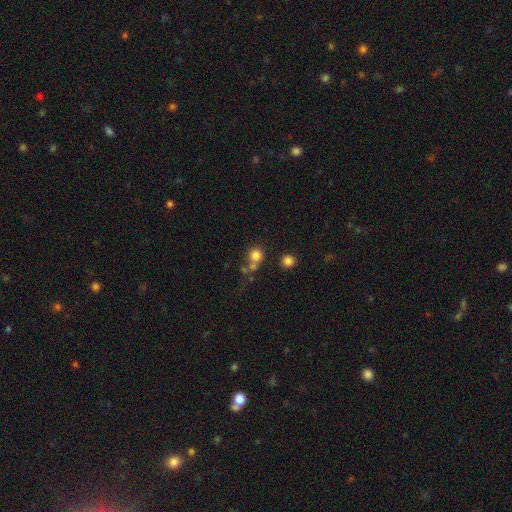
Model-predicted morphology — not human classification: This is likely a smooth galaxy (77%). How rounded: clearly round (90%). Merging: possibly none (55%).